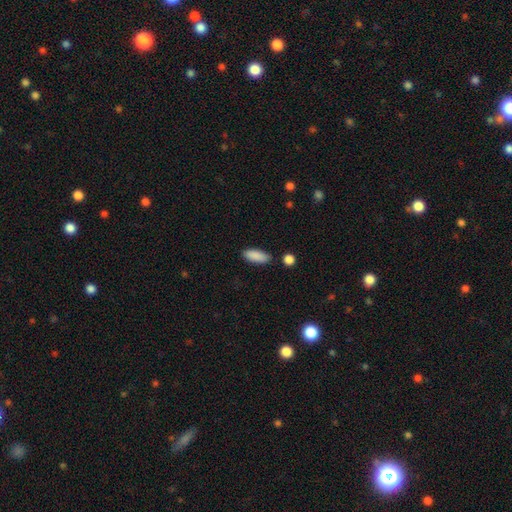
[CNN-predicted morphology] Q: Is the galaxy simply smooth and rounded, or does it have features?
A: smooth — 89%.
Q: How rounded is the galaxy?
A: in between — 76%.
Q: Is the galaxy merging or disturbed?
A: none — 82%.